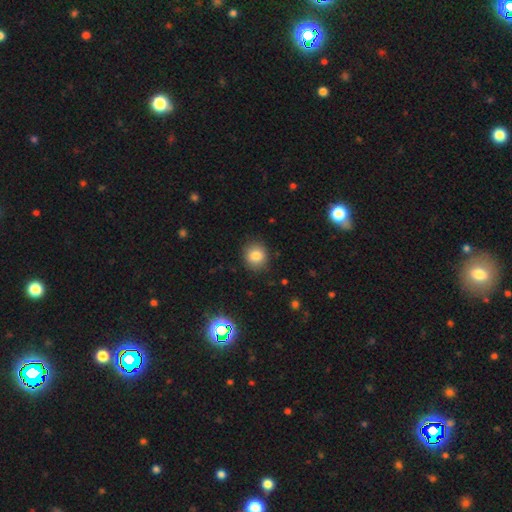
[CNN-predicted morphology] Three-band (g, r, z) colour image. It shows a smooth galaxy with no disk features (82%) that is round (84%). Merging: none (87%).